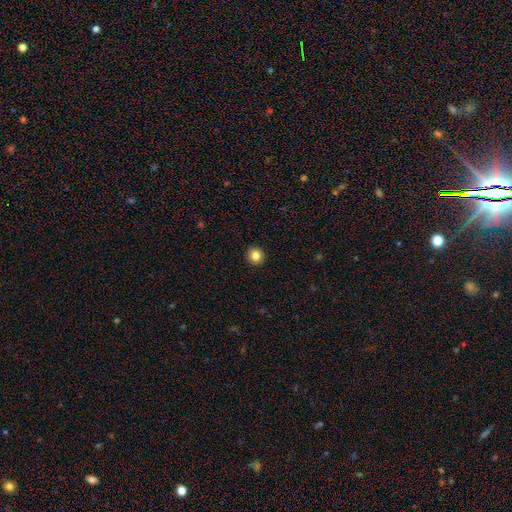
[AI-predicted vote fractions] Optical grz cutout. It shows a smooth galaxy with no disk features (83%) that is round (94%). Merging: none (93%).